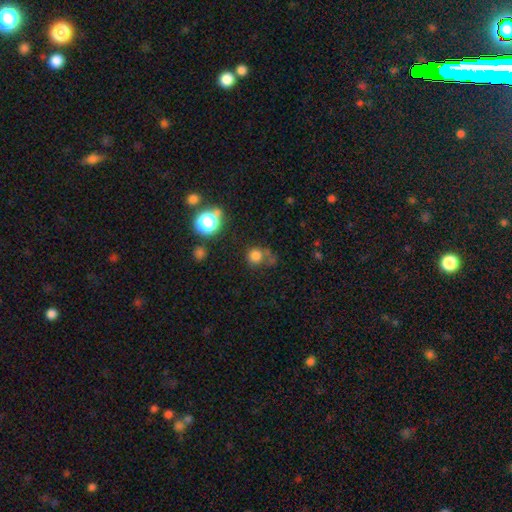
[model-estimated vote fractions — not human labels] Smooth or featured? Predicted: smooth (p=0.75). How rounded? Predicted: round (p=0.87). Merging? Predicted: none (p=0.57).